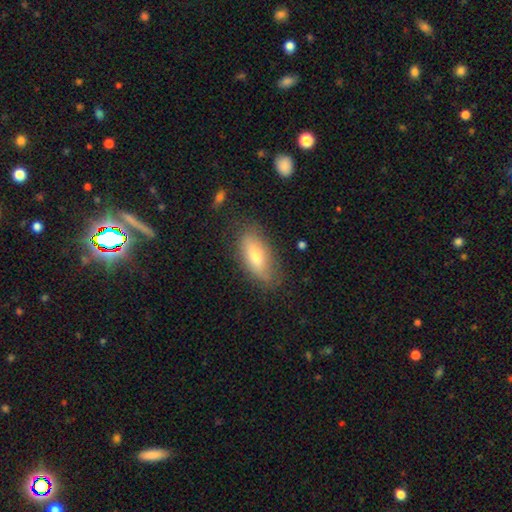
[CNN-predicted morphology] Smooth or featured? Predicted: smooth (p=0.68). How rounded? Predicted: in between (p=0.80). Merging? Predicted: none (p=0.77).